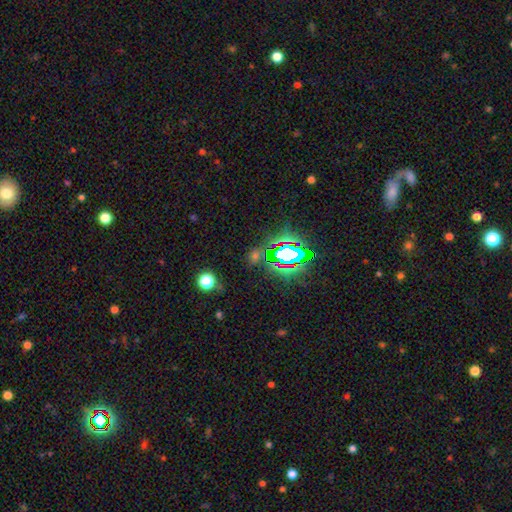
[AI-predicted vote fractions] A star or artifact, not a galaxy (57%).